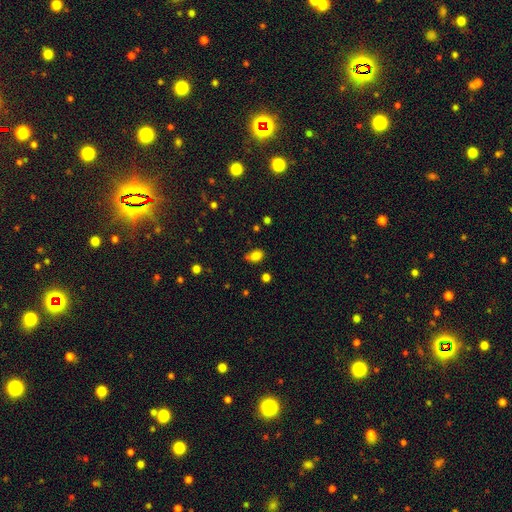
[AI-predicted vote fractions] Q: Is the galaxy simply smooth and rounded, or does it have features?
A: smooth — 82%.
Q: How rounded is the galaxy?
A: in between — 75%.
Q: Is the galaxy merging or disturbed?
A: none — 65%.